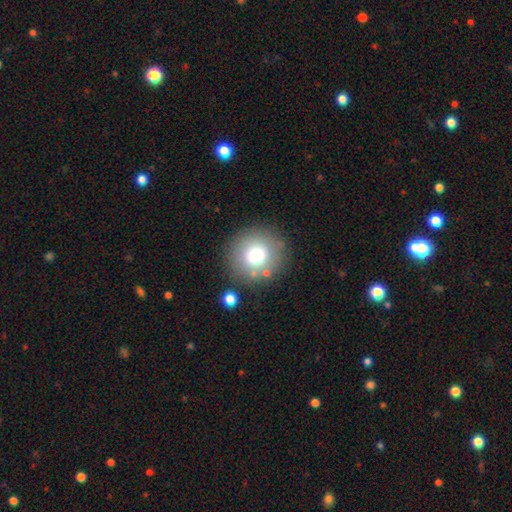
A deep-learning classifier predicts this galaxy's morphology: Overall: smooth (75%). How rounded: round (93%). Merging: none (83%).